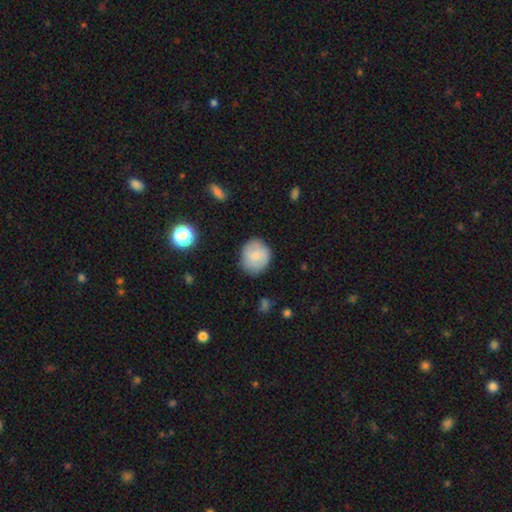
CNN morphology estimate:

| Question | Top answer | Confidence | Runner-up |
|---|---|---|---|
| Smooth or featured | smooth | 77% | featured or disk (15%) |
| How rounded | round | 83% | in between (16%) |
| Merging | none | 82% | minor disturbance (13%) |